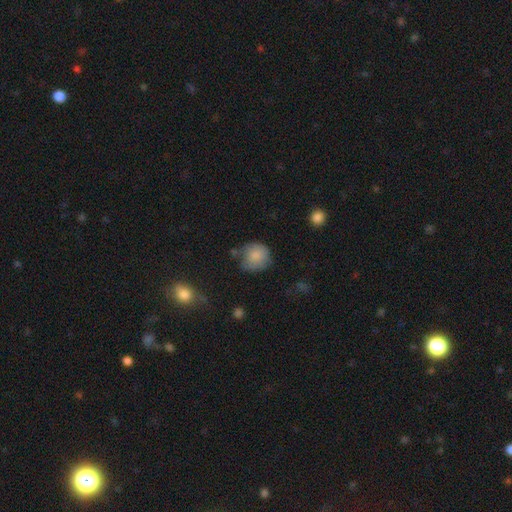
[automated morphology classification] This is clearly a smooth galaxy (82%). How rounded: clearly round (84%). Merging: possibly none (60%).